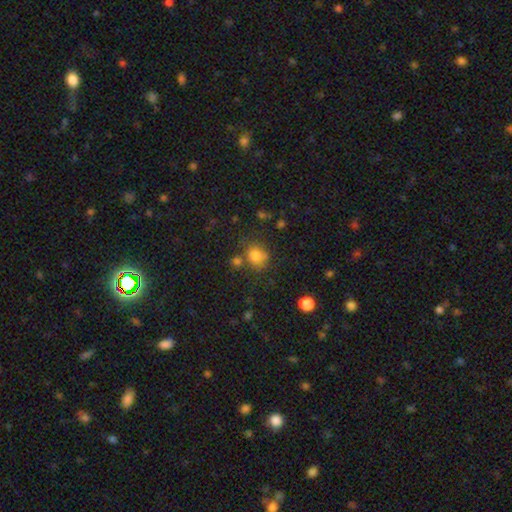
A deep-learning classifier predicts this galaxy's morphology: type=smooth (79%); roundness=round (64%); merging=none (60%).